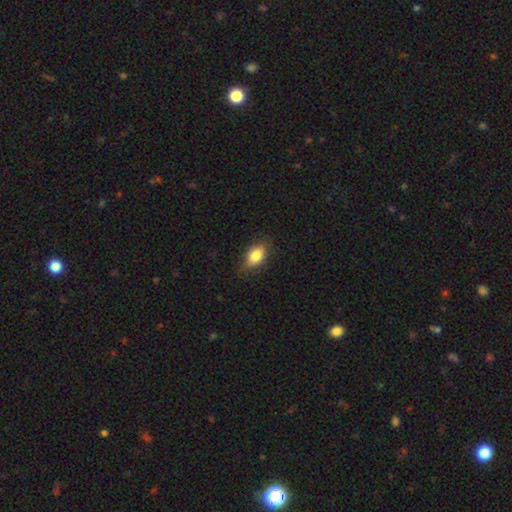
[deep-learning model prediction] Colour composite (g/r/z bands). It shows a smooth galaxy with no disk features (80%) that is in between round and cigar-shaped (82%). Merging: none (79%).